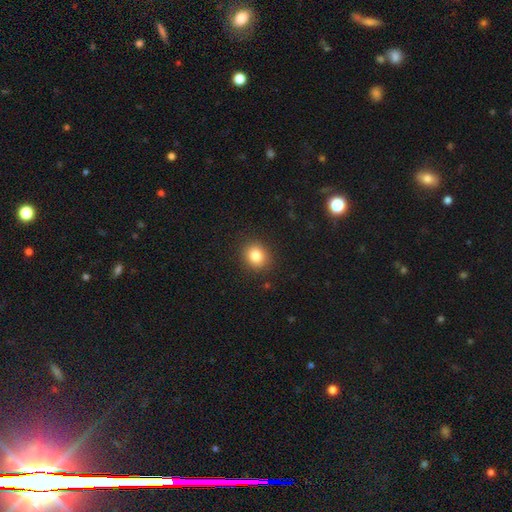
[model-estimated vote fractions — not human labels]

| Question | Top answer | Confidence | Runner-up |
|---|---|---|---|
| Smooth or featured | smooth | 83% | star or artifact (11%) |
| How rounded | round | 74% | in between (25%) |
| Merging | none | 89% | minor disturbance (7%) |